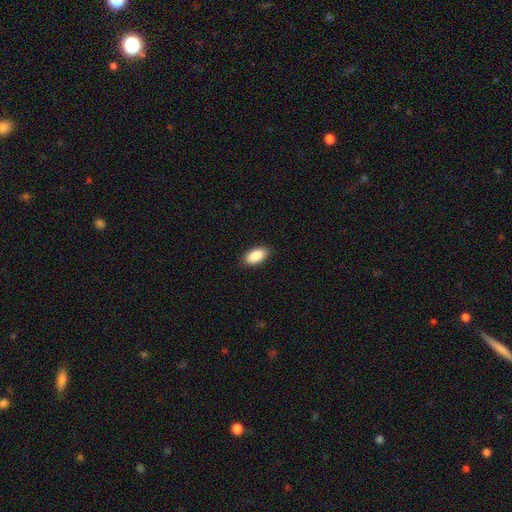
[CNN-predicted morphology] This appears to be a smooth galaxy with no disk features (90%) that is in between round and cigar-shaped (94%). Merging: none (88%).